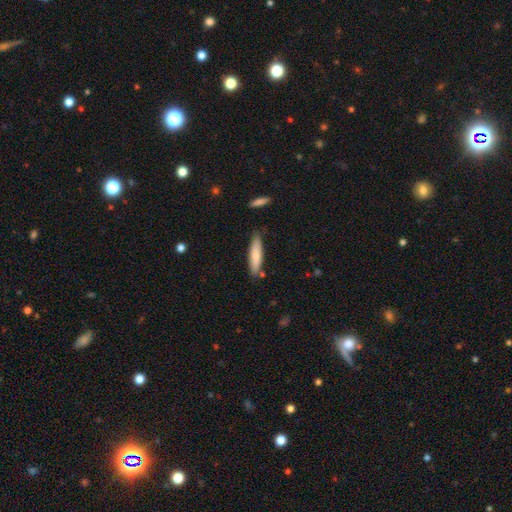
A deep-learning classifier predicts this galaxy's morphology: Q: Smooth or featured?
A: smooth (78%); runner-up: featured or disk (16%)
Q: How rounded?
A: cigar-shaped (75%); runner-up: in between (23%)
Q: Merging?
A: none (81%); runner-up: minor disturbance (13%)